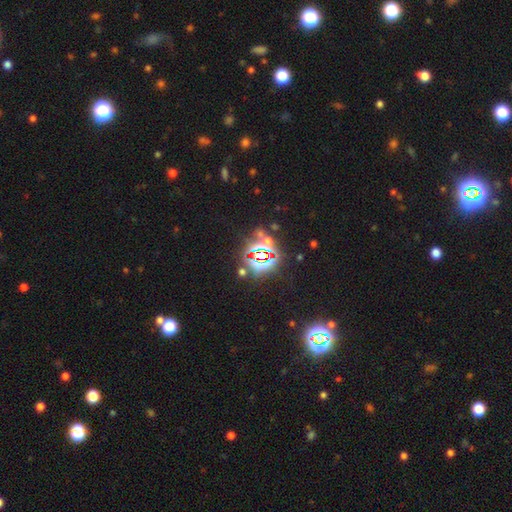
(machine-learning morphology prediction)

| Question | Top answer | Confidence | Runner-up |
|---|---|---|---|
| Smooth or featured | star or artifact | 79% | smooth (13%) |